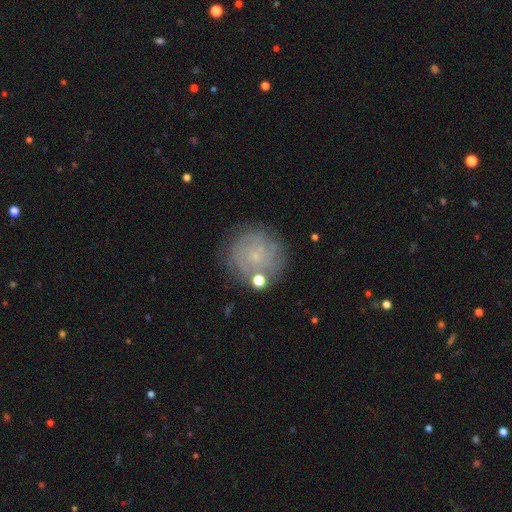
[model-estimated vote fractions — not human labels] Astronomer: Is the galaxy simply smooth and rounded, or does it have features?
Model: featured or disk — 59%.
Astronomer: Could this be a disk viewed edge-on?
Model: no — 97%.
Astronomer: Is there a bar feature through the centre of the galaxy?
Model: no — 82%.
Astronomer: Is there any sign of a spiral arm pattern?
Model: yes — 80%.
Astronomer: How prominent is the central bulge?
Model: small — 84%.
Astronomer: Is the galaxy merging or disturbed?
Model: none — 75%.